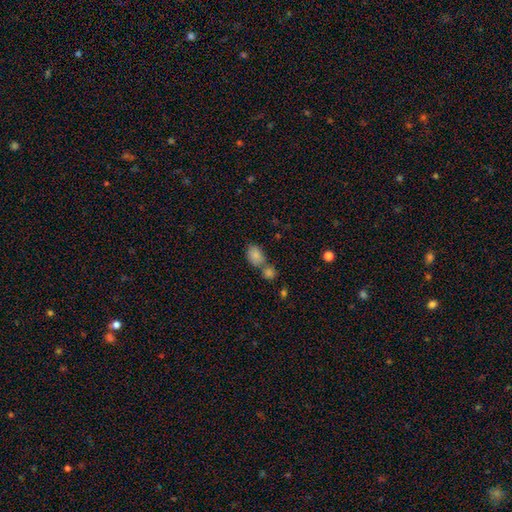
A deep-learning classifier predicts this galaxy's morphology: A smooth galaxy with no disk features (82%) that is in between round and cigar-shaped (73%).

Vote fractions:
- Smooth or featured? smooth: 82% / star or artifact: 9% / featured or disk: 9%
- How rounded? in between: 73% / round: 26% / cigar-shaped: 2%
- Merging? merger: 46% / none: 36% / minor disturbance: 12% / major disturbance: 5%